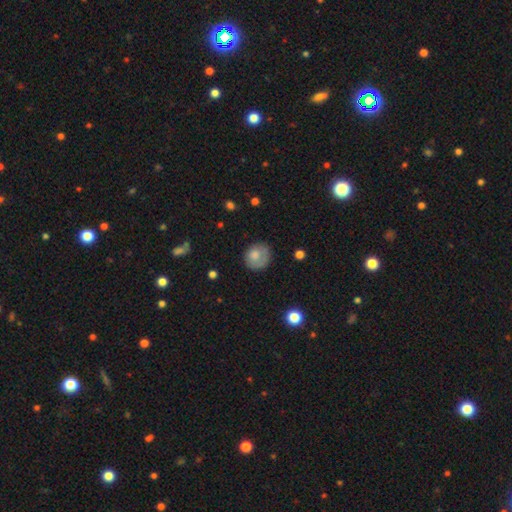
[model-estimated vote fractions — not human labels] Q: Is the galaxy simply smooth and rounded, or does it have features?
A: smooth — 74%.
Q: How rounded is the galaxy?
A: round — 80%.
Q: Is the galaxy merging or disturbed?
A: none — 65%.